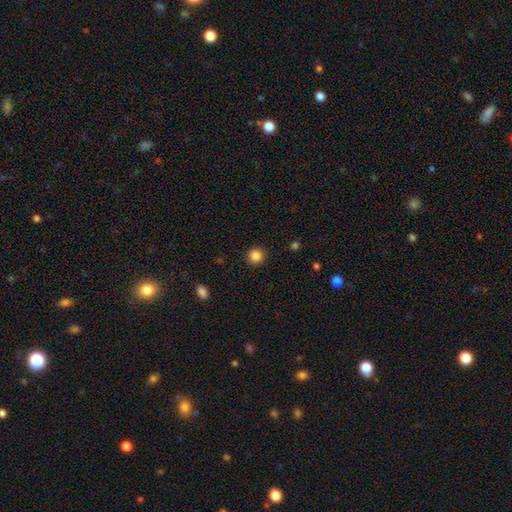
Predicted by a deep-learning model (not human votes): smooth 85%, star or artifact 11%, featured or disk 4%. Down the decision tree: how rounded — round (94%); merging — none (92%).